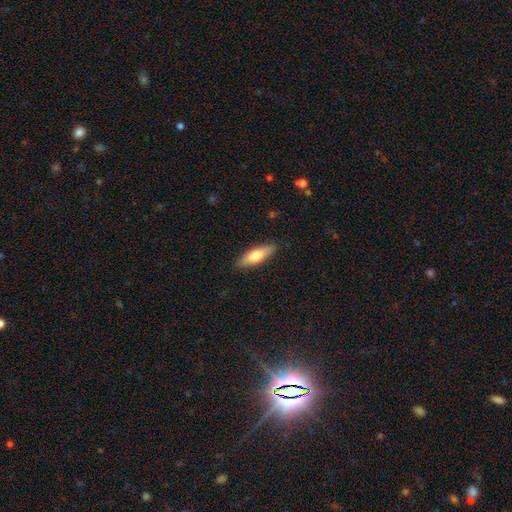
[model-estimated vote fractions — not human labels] Morphology: type=smooth (66%); roundness=cigar-shaped (52%); merging=none (89%).